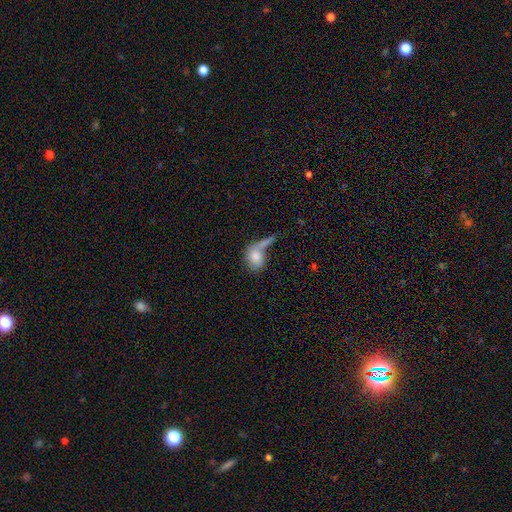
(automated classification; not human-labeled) Morphology: type=smooth (72%); roundness=in between (57%); merging=merger (38%).